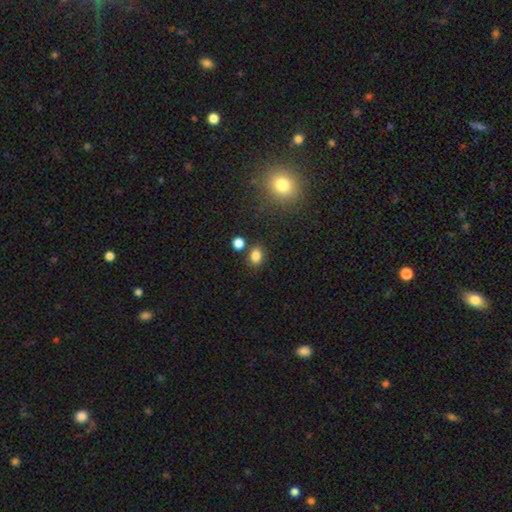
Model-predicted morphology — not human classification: A smooth galaxy with no disk features (83%) that is in between round and cigar-shaped (65%). Merging: none (77%).